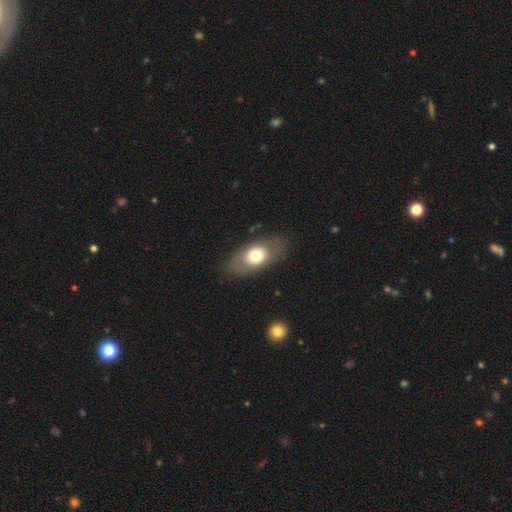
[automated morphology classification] Smooth or featured? Predicted: smooth (p=0.66). How rounded? Predicted: in between (p=0.86). Merging? Predicted: none (p=0.82).